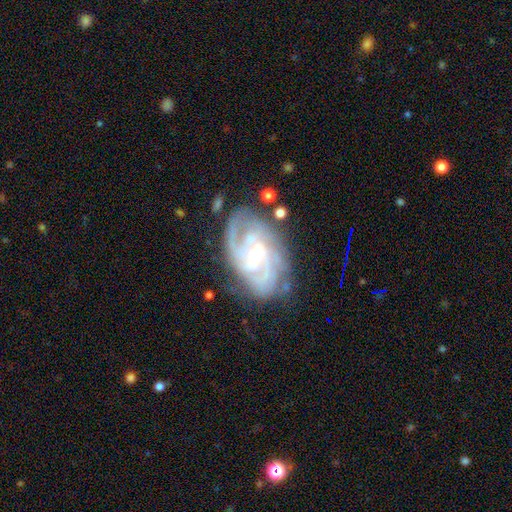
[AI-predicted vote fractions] Smooth or featured? featured or disk (89%)
Edge-on disk? no (97%)
Bar? no (47%)
Spiral arms? yes (97%)
Spiral winding? tight (61%)
Spiral arm count? 3 (29%)
Bulge size? moderate (52%)
Merging? none (70%)